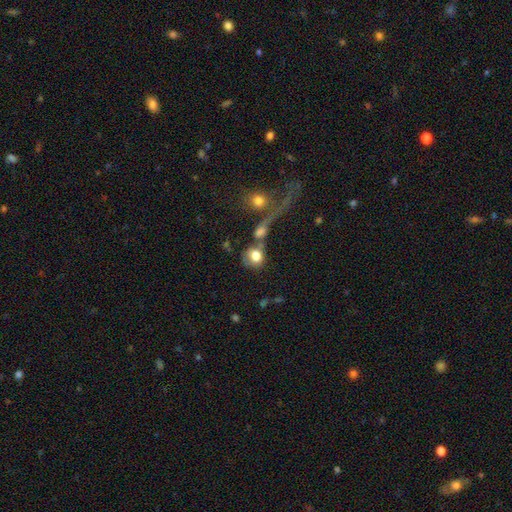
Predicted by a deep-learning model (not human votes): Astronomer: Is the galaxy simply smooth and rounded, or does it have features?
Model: smooth — 74%.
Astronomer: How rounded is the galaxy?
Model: round — 73%.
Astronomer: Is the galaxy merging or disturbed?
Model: none — 38% (runner-up: merger, 37%).